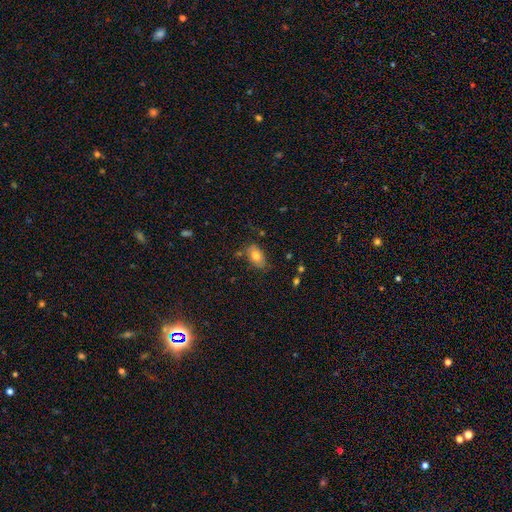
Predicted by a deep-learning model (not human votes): This is likely a smooth galaxy (72%). How rounded: clearly in between (89%). Merging: likely none (67%).